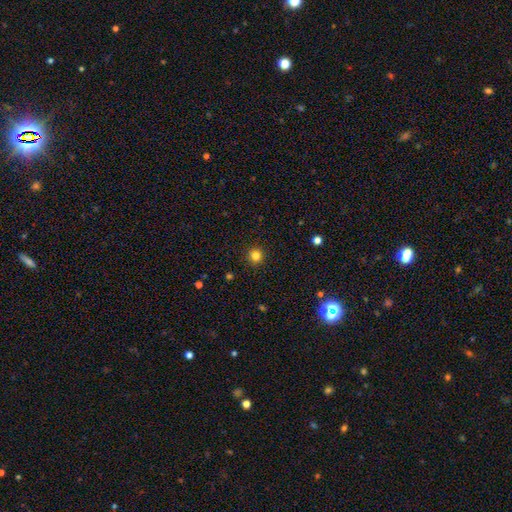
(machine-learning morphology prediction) This appears to be a smooth galaxy with no disk features (82%) that is round (94%). Merging: none (92%).